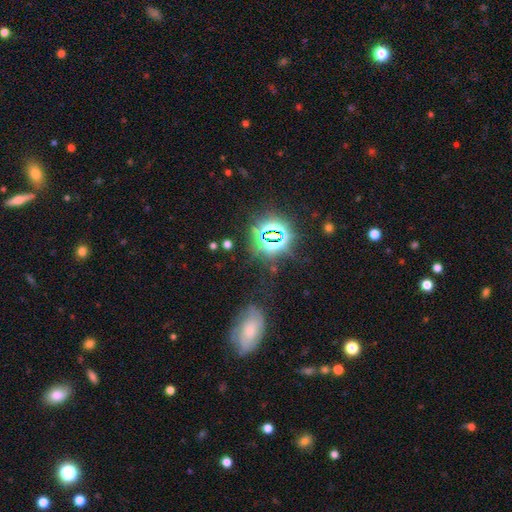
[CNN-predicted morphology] Q: Smooth or featured?
A: star or artifact (61%); runner-up: smooth (25%)